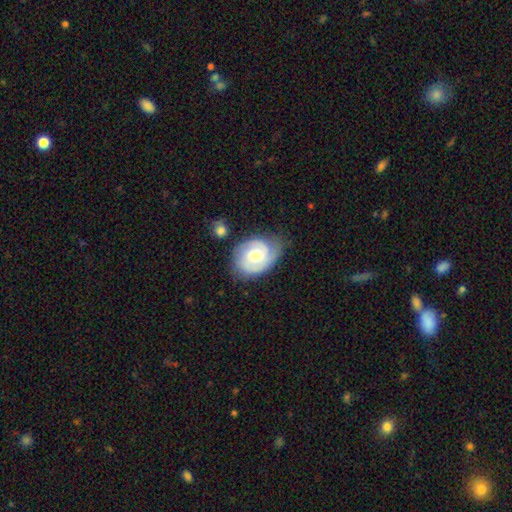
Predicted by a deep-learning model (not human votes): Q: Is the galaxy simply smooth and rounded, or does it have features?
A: featured or disk — 75%.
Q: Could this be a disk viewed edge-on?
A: no — 97%.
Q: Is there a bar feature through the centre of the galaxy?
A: no — 48%.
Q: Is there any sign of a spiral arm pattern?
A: yes — 94%.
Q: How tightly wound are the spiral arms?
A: tight — 53%.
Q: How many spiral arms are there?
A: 2 — 60%.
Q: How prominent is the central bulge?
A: moderate — 66%.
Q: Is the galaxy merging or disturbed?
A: none — 63%.